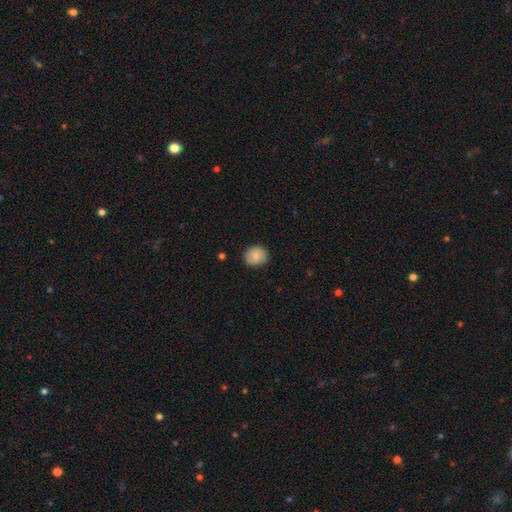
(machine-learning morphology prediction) Smooth or featured?
  - smooth: 85% *
  - featured or disk: 8%
  - star or artifact: 7%
How rounded?
  - round: 72% *
  - in between: 27%
  - cigar-shaped: 1%
Merging?
  - none: 86% *
  - minor disturbance: 11%
  - major disturbance: 2%
  - merger: 1%